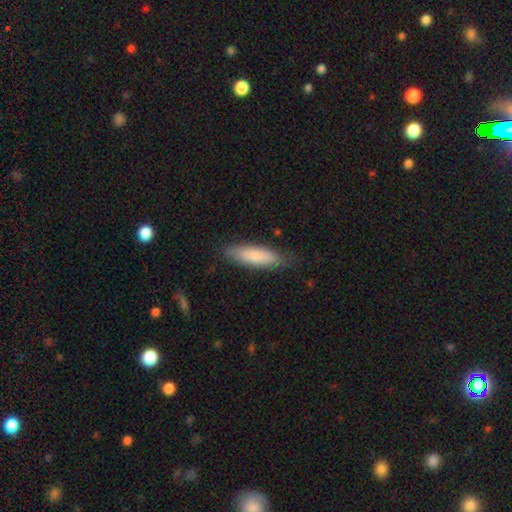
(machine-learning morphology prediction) type=smooth (80%); roundness=cigar-shaped (56%); merging=none (79%).